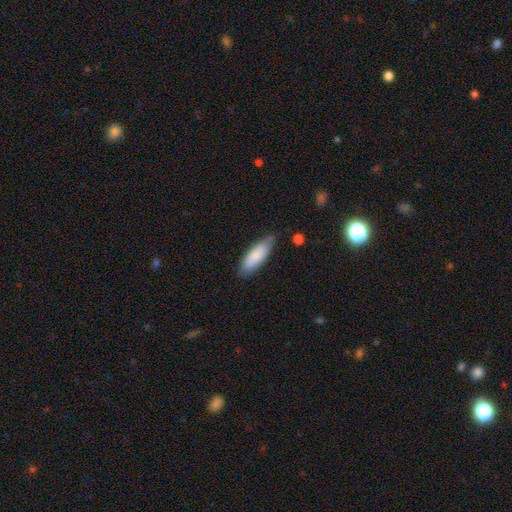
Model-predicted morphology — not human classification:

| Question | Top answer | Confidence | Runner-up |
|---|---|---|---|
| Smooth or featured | smooth | 83% | featured or disk (12%) |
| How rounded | in between | 63% | cigar-shaped (36%) |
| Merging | none | 78% | minor disturbance (17%) |